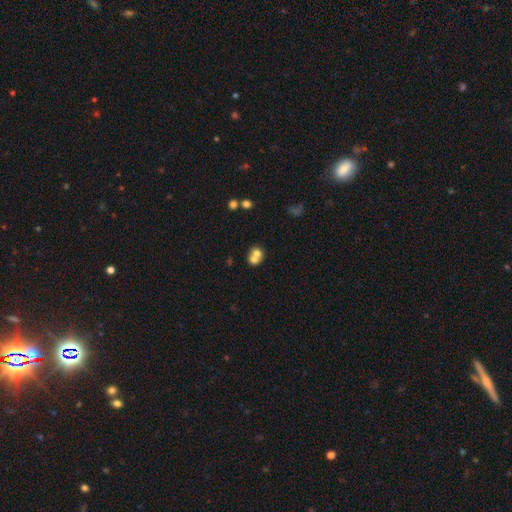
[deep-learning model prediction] A smooth galaxy with no disk features (67%) that is round (70%). Merging: merger (63%).